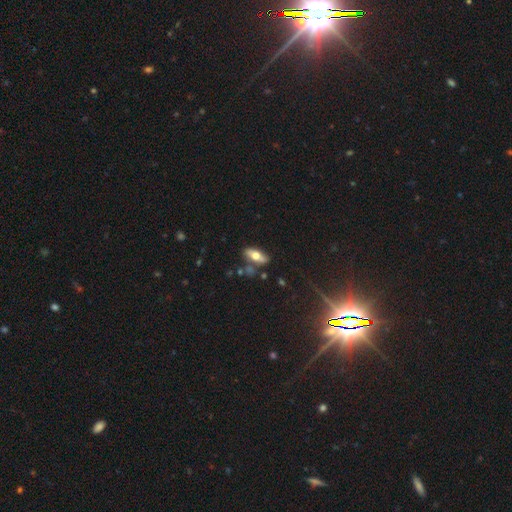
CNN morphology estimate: smooth_or_featured: smooth (p=0.59) [alt: featured or disk p=0.34]
how_rounded: in between (p=0.75) [alt: cigar-shaped p=0.21]
merging: none (p=0.73) [alt: minor disturbance p=0.15]